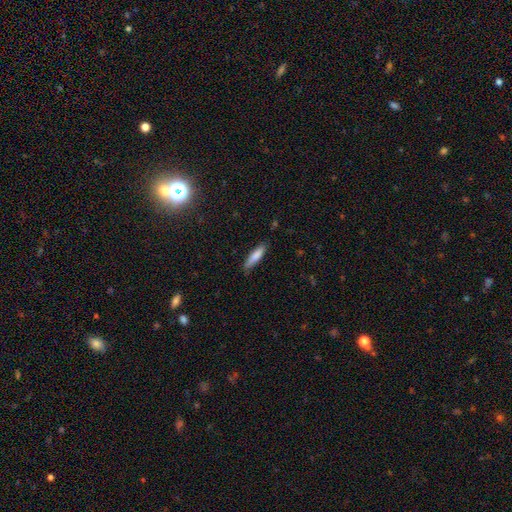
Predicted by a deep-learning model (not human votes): This is clearly a smooth galaxy (82%). How rounded: likely cigar-shaped (72%). Merging: clearly none (81%).